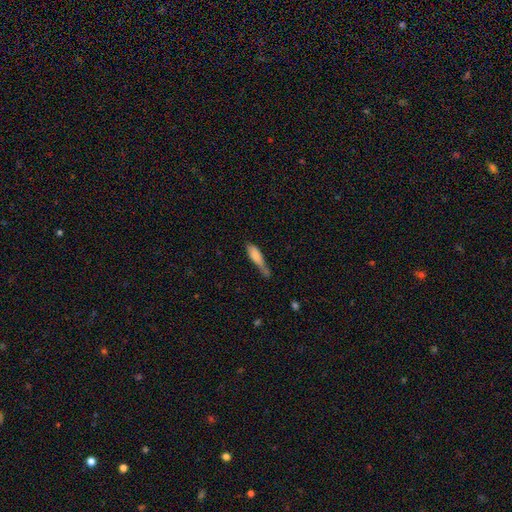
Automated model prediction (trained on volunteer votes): A smooth galaxy with no disk features (76%) that is cigar-shaped (57%).

Vote fractions:
- Smooth or featured? smooth: 76% / featured or disk: 16% / star or artifact: 8%
- How rounded? cigar-shaped: 57% / in between: 40% / round: 2%
- Merging? minor disturbance: 31% (tied) / none: 31% (tied) / merger: 22% / major disturbance: 16%